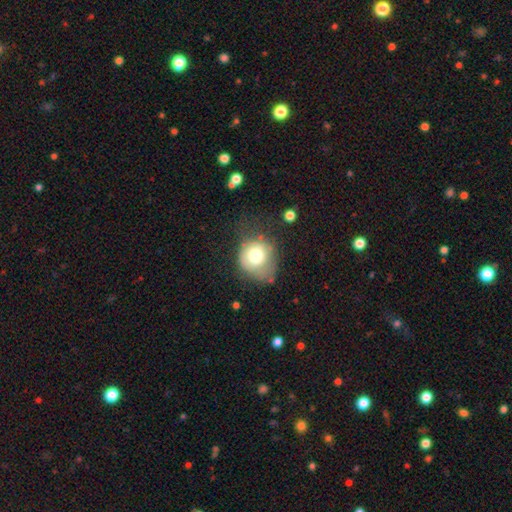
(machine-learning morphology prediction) This is likely a smooth galaxy (72%). How rounded: likely round (75%). Merging: marginally none (38%).